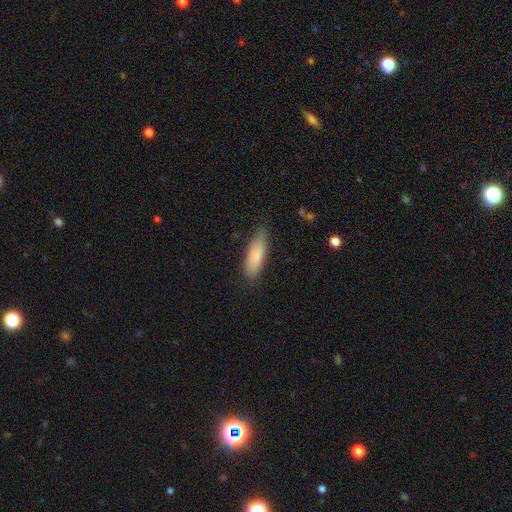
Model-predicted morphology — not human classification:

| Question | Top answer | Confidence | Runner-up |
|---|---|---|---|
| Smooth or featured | smooth | 83% | featured or disk (11%) |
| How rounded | in between | 49% | tied: cigar-shaped (49%) |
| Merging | none | 75% | minor disturbance (20%) |